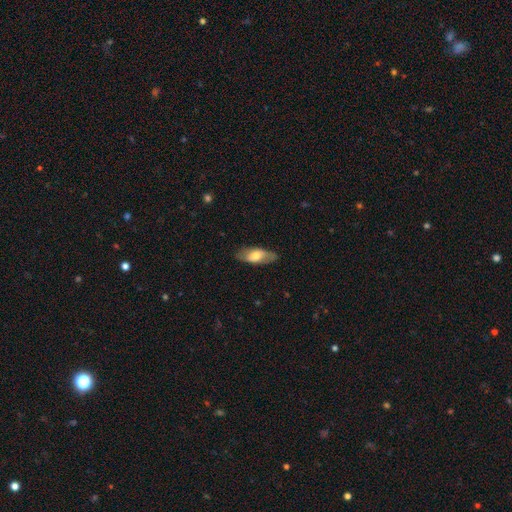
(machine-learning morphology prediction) Smooth or featured? Predicted: smooth (p=0.61). How rounded? Predicted: in between (p=0.80). Merging? Predicted: none (p=0.80).